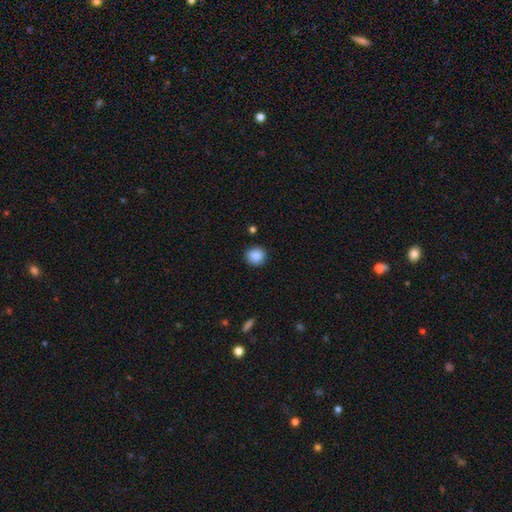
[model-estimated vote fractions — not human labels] A smooth galaxy with no disk features (88%) that is round (92%).

Vote fractions:
- Smooth or featured? smooth: 88% / star or artifact: 9% / featured or disk: 3%
- How rounded? round: 92% / in between: 7% / cigar-shaped: 1%
- Merging? none: 91% / minor disturbance: 6% / major disturbance: 2% / merger: 1%